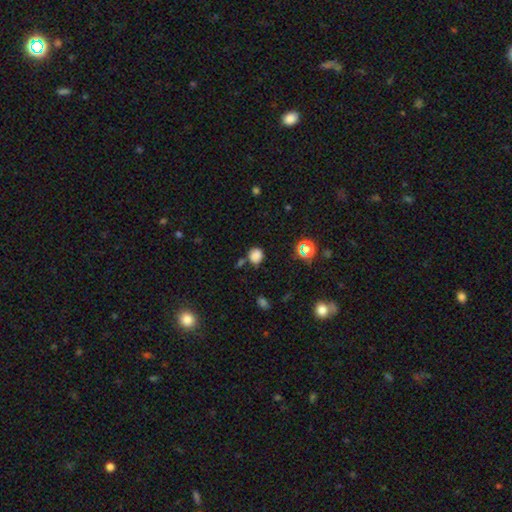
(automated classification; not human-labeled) A smooth galaxy with no disk features (78%) that is round (79%). Merging: none (71%).